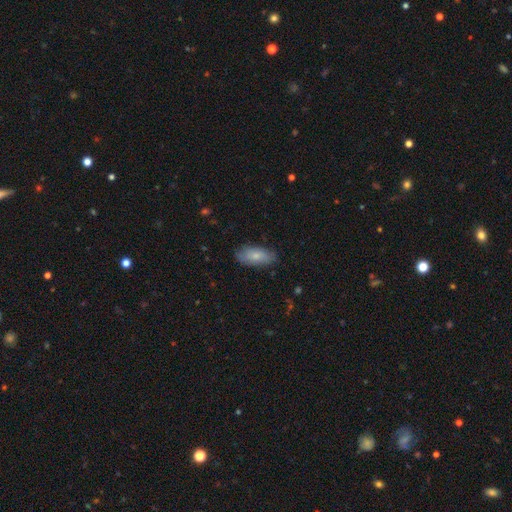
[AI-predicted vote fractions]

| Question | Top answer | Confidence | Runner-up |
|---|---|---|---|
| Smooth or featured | smooth | 74% | featured or disk (20%) |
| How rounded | in between | 88% | cigar-shaped (9%) |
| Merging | none | 80% | minor disturbance (16%) |